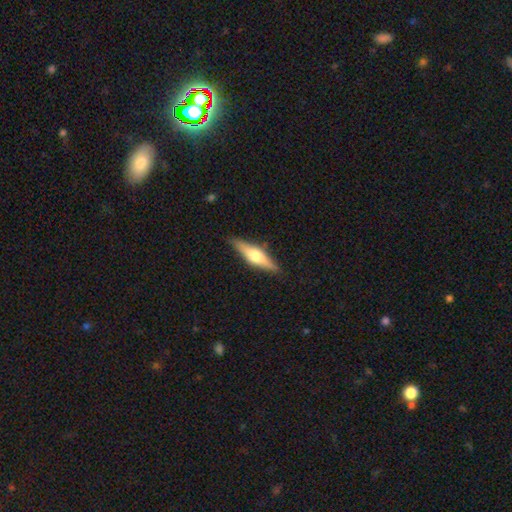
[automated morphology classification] A featured or disk galaxy (60%) viewed edge-on (95%) with a rounded central bulge (92%). Merging: none (87%).